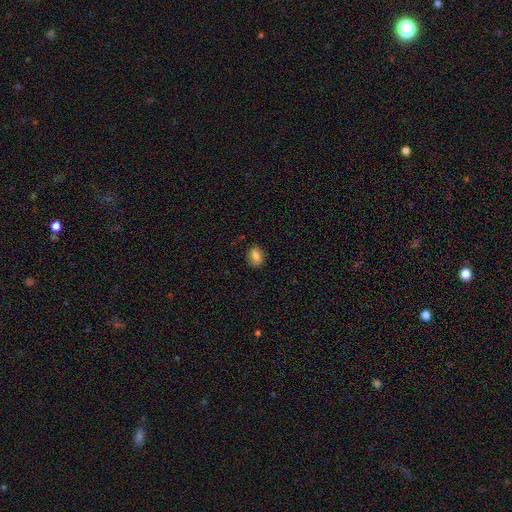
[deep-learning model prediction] Morphology: type=smooth (74%); roundness=in between (72%); merging=none (75%).